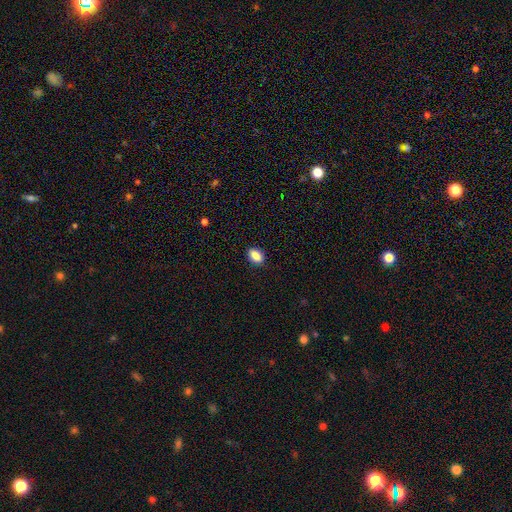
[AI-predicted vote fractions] A smooth galaxy with no disk features (88%) that is in between round and cigar-shaped (86%). Merging: none (89%).